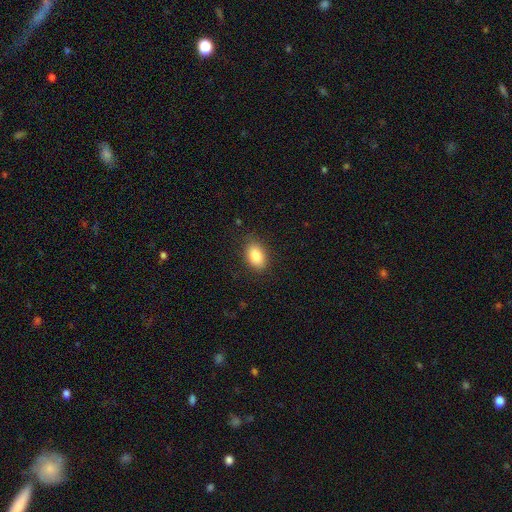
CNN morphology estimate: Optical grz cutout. It shows a smooth galaxy with no disk features (84%) that is in between round and cigar-shaped (88%). Merging: none (84%).